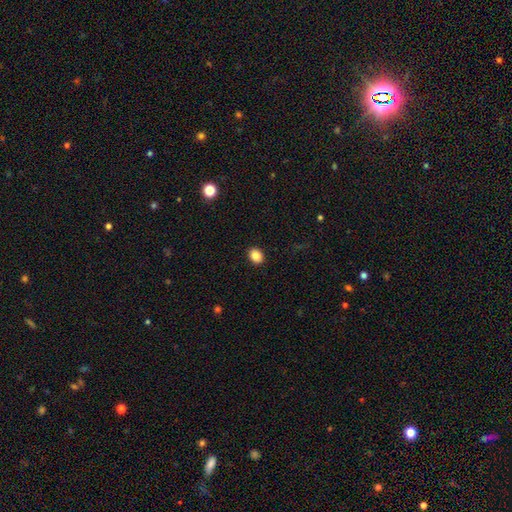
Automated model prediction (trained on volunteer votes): Smooth or featured? smooth (87%)
How rounded? in between (53%)
Merging? none (91%)